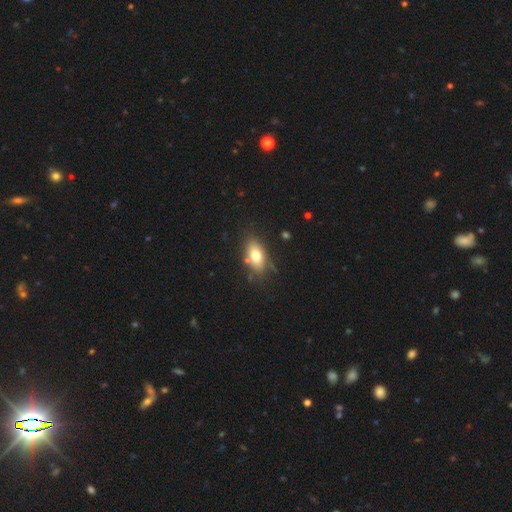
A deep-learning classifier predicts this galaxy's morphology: This appears to be a smooth galaxy with no disk features (73%) that is in between round and cigar-shaped (86%). Merging: none (75%).